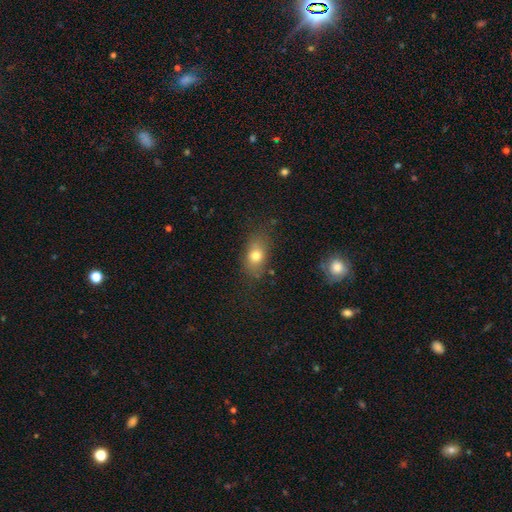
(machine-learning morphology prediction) smooth 75%, featured or disk 14%, star or artifact 11%. Down the decision tree: how rounded — in between (77%); merging — none (74%).